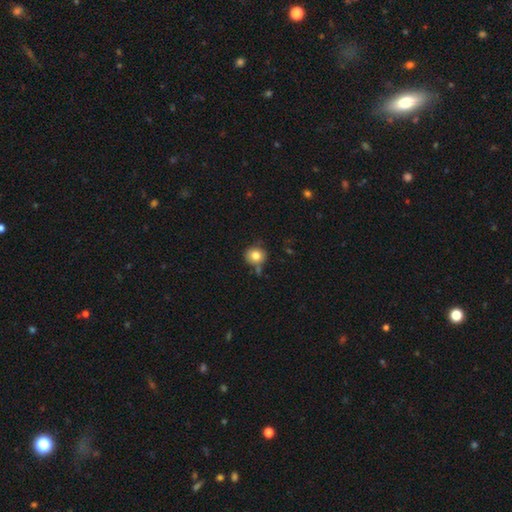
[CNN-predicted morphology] Smooth or featured?
  - smooth: 81% *
  - star or artifact: 10%
  - featured or disk: 9%
How rounded?
  - round: 86% *
  - in between: 13%
  - cigar-shaped: 1%
Merging?
  - none: 71% *
  - minor disturbance: 15%
  - merger: 10%
  - major disturbance: 4%